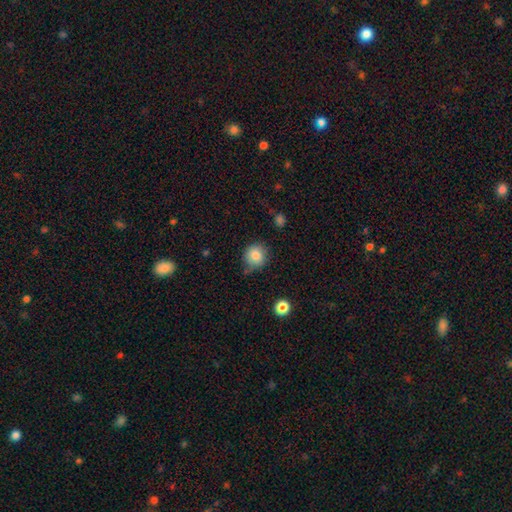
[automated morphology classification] This appears to be a smooth galaxy with no disk features (84%) that is round (89%). Merging: none (75%).